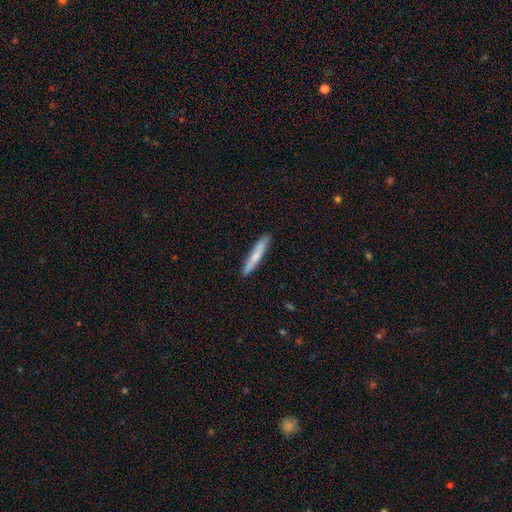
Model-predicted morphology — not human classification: A smooth galaxy with no disk features (68%) that is cigar-shaped (94%).

Vote fractions:
- Smooth or featured? smooth: 68% / featured or disk: 27% / star or artifact: 6%
- How rounded? cigar-shaped: 94% / in between: 5% / round: 1%
- Merging? none: 90% / minor disturbance: 8% / major disturbance: 1% / merger: 1%